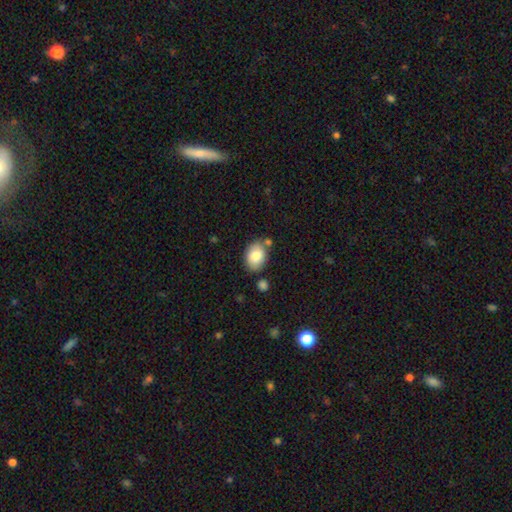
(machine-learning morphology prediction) Overall: smooth (83%). How rounded: in between (80%). Merging: none (74%).